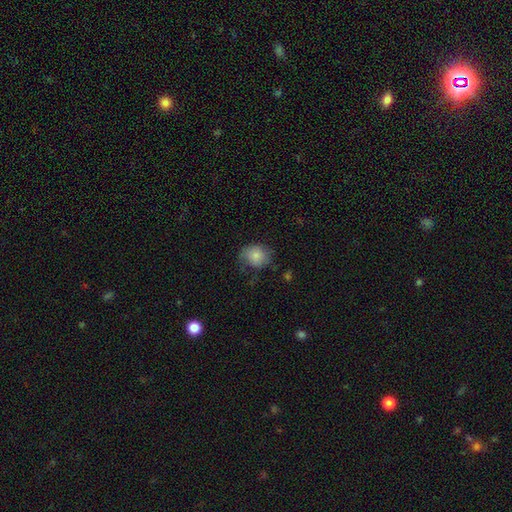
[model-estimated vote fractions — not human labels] Morphology: type=smooth (81%); roundness=round (67%); merging=none (57%).